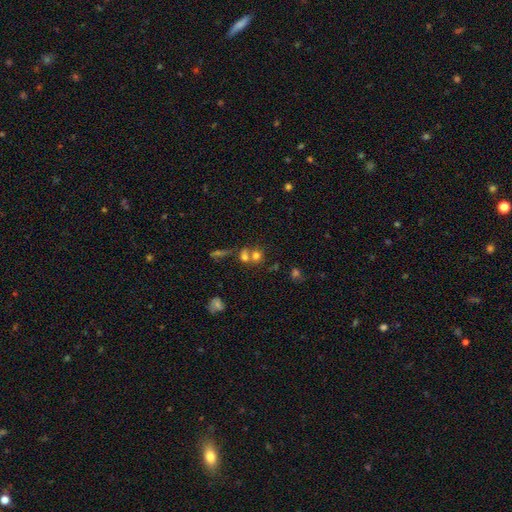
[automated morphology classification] The model was most divided on "merging": merger: 51%, none: 37%, minor disturbance: 7%, major disturbance: 4%. More confident: how rounded — round (75%); smooth or featured — smooth (69%).